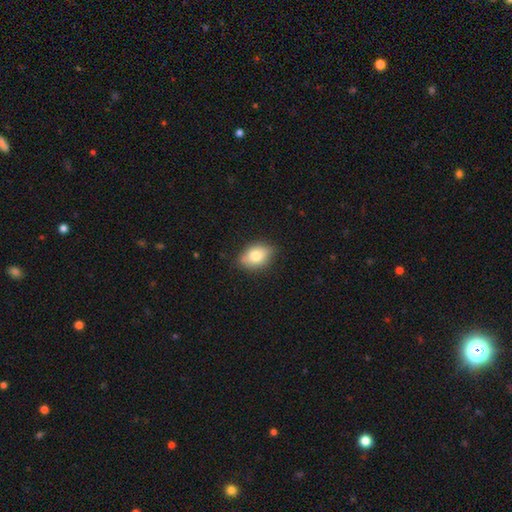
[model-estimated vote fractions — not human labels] smooth-or-featured: smooth: 77% | featured or disk: 16% | star or artifact: 8%
  how-rounded: in between: 81% | round: 17% | cigar-shaped: 2%
  merging: none: 79% | minor disturbance: 17% | major disturbance: 3% | merger: 1%